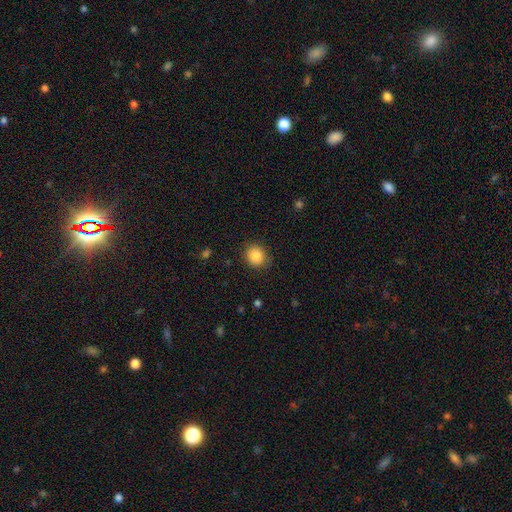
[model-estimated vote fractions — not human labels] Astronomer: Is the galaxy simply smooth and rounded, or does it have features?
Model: smooth — 86%.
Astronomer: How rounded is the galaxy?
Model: round — 79%.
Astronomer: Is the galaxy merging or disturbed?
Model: none — 85%.